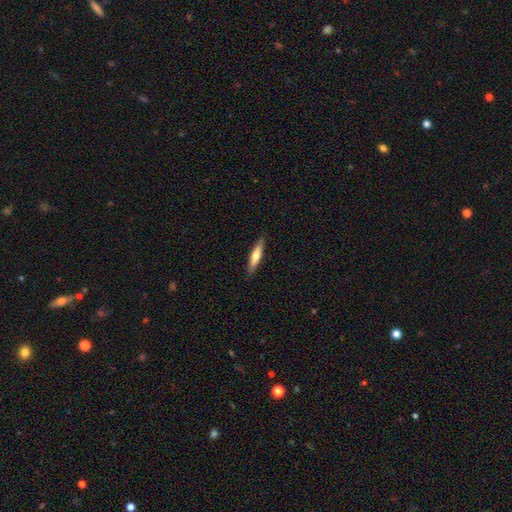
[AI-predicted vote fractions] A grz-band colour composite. It shows a smooth galaxy with no disk features (59%) that is cigar-shaped (82%). Merging: none (89%).